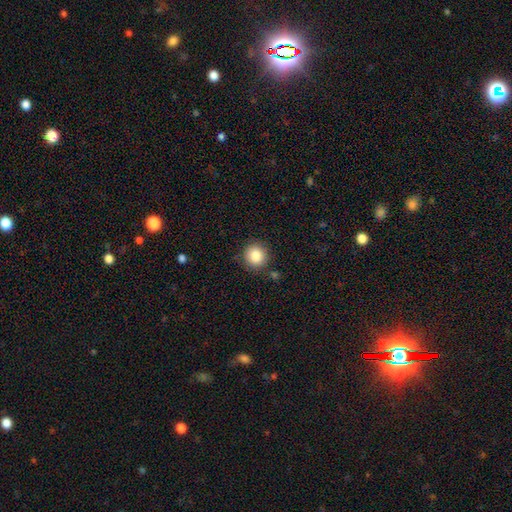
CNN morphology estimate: A smooth galaxy with no disk features (84%) that is round (92%). Merging: none (87%).